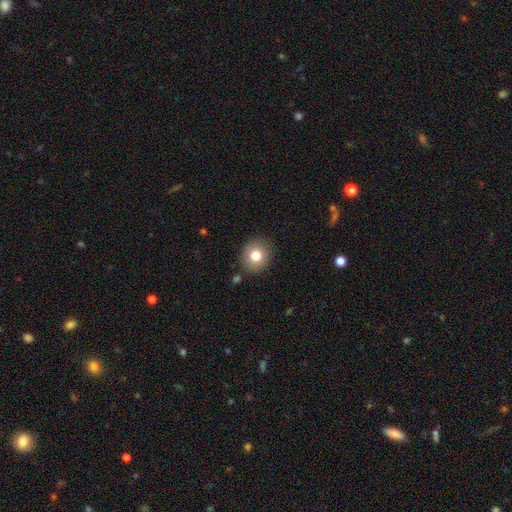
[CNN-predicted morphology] This appears to be a smooth galaxy with no disk features (78%) that is round (79%). Merging: none (87%).